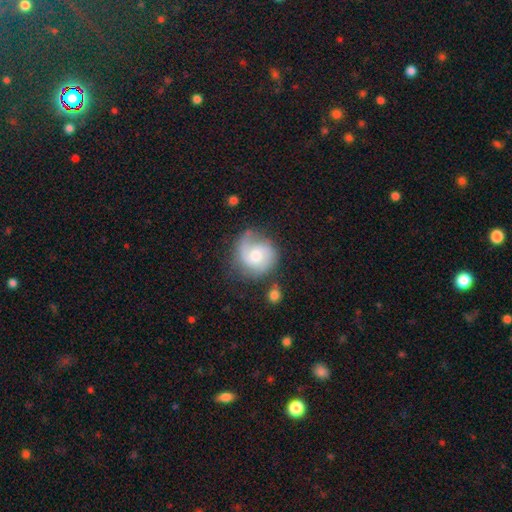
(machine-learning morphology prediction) smooth-or-featured: featured or disk: 62% | smooth: 31% | star or artifact: 7%
  disk-edge-on: no: 97% | yes: 3%
    bar: no: 65% | weak: 31% | strong: 4%
    has-spiral-arms: yes: 89% | no: 11%
      spiral-winding: medium: 41% | tight: 33% | loose: 25%
      spiral-arm-count: 2: 51% | 1: 30% | can't tell: 12% | 3: 4% | 4: 1% | more than 4: 1%
    bulge-size: moderate: 67% | small: 22% | large: 9% | none: 2% | dominant: 1%
  merging: none: 60% | minor disturbance: 23% | major disturbance: 12% | merger: 4%